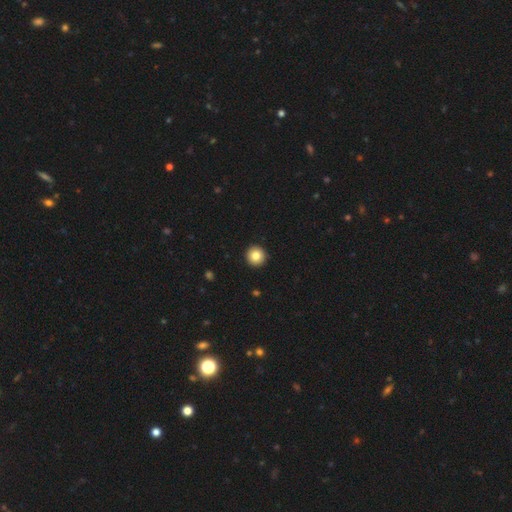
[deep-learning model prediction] Overall: smooth (83%). How rounded: round (96%). Merging: none (94%).